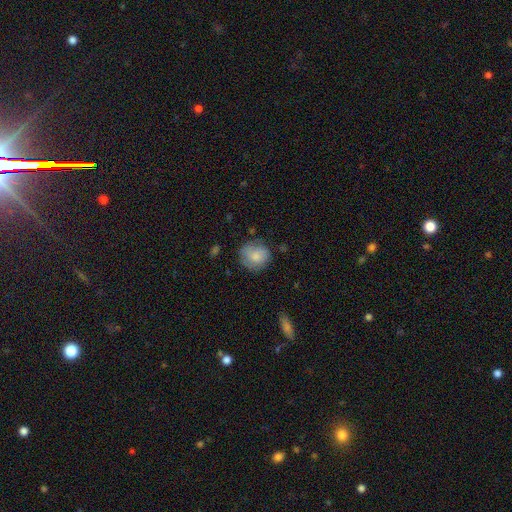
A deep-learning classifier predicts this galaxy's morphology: smooth_or_featured: smooth (p=0.79) [alt: featured or disk p=0.13]
how_rounded: round (p=0.82) [alt: in between p=0.17]
merging: none (p=0.67) [alt: minor disturbance p=0.23]